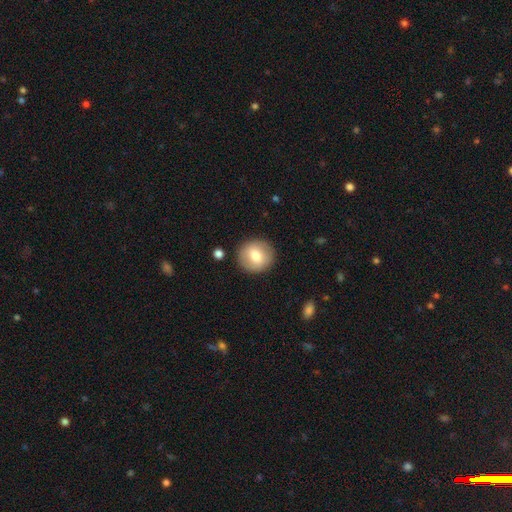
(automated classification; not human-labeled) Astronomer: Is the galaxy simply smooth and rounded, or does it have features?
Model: smooth — 72%.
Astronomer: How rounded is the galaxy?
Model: round — 87%.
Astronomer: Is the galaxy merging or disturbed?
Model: none — 88%.